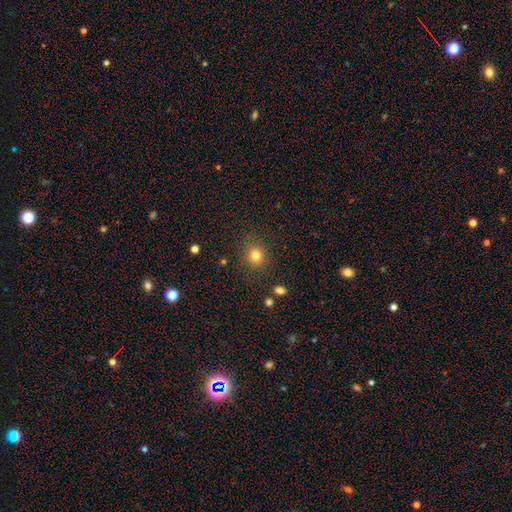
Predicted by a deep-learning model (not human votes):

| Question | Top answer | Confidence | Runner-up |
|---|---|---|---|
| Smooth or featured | smooth | 80% | star or artifact (14%) |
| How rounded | round | 88% | in between (11%) |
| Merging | none | 86% | minor disturbance (8%) |